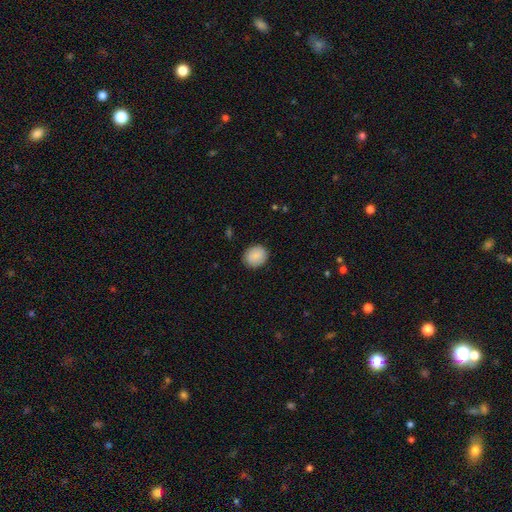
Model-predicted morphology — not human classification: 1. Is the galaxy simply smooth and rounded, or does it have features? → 88% smooth, 7% star or artifact, 5% featured or disk.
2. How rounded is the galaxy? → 70% round, 29% in between, 1% cigar-shaped.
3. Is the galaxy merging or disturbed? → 88% none, 8% minor disturbance, 2% major disturbance, 1% merger.